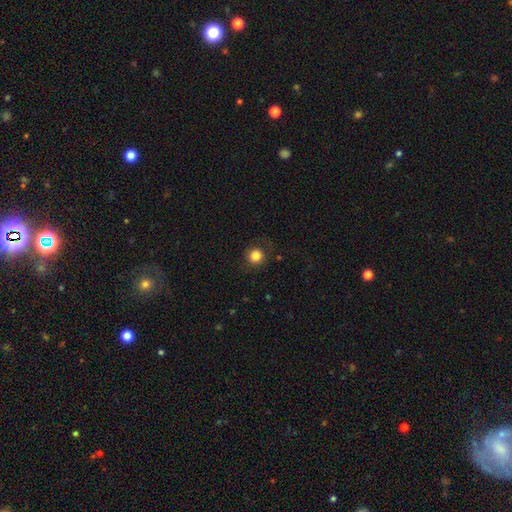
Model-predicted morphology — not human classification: Overall: smooth (83%). How rounded: round (93%). Merging: none (84%).